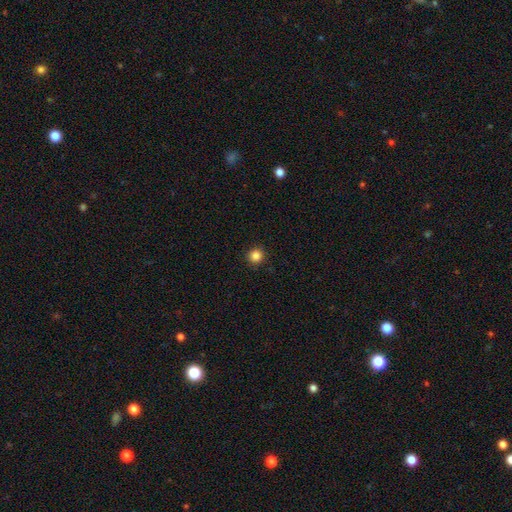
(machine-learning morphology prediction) Overall: smooth (85%). How rounded: round (94%). Merging: none (92%).